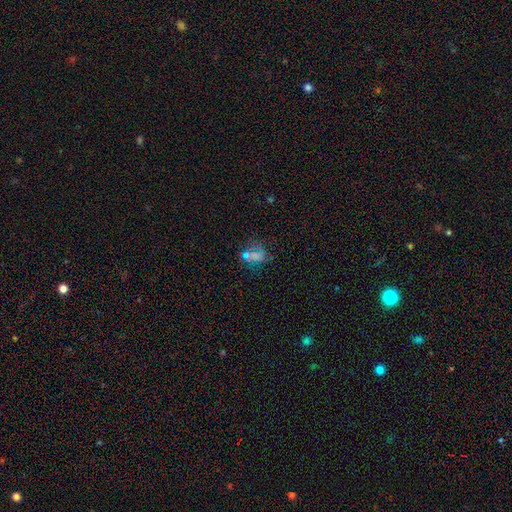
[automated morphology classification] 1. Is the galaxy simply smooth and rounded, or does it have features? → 48% smooth, 37% star or artifact, 15% featured or disk.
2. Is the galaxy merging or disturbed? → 60% none, 19% minor disturbance, 13% major disturbance, 8% merger.